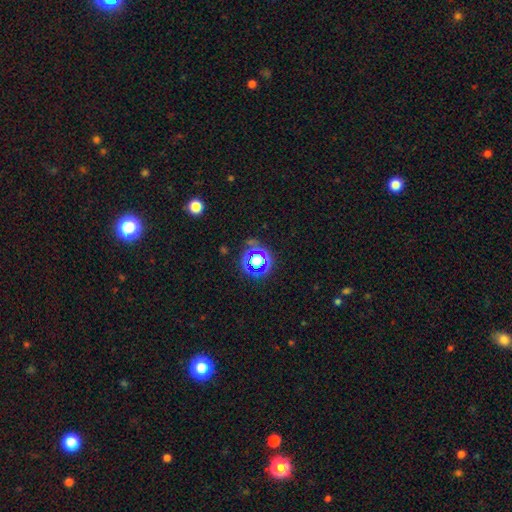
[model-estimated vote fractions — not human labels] smooth_or_featured: star or artifact (p=0.73) [alt: smooth p=0.18]